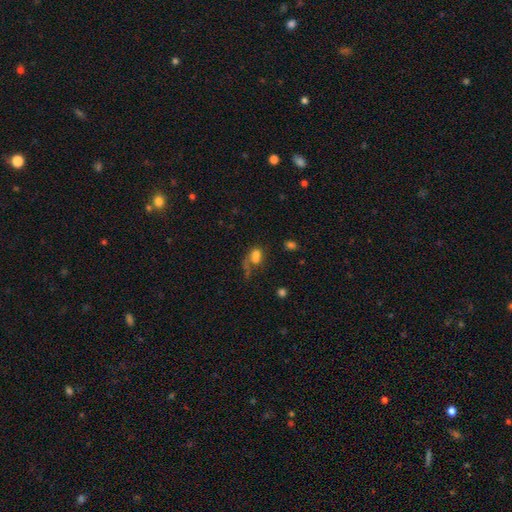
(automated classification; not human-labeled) Smooth or featured? Predicted: smooth (p=0.63). How rounded? Predicted: in between (p=0.59). Merging? Predicted: merger (p=0.46).